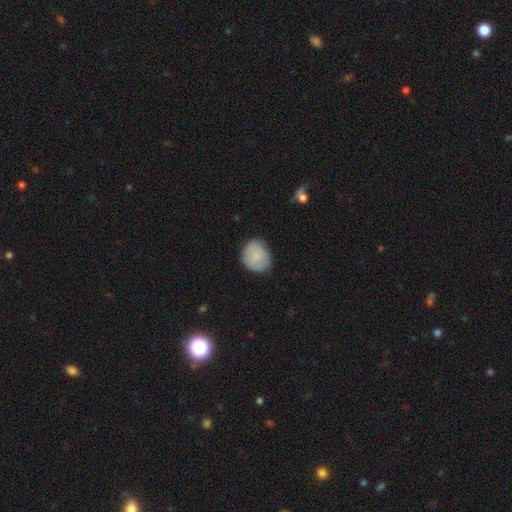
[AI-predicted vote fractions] Morphology: type=smooth (76%); roundness=round (63%); merging=none (69%).